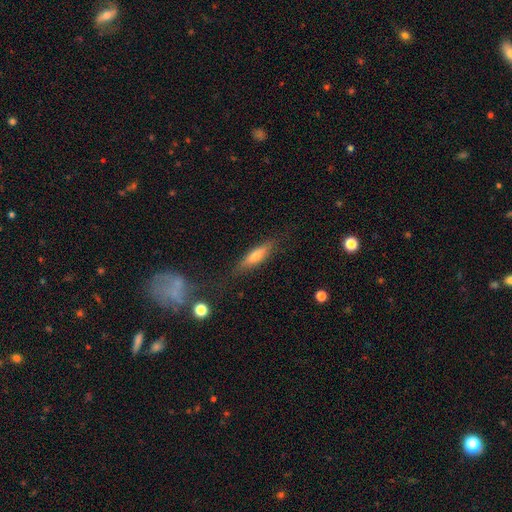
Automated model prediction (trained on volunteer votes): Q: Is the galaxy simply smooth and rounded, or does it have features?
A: smooth — 52%.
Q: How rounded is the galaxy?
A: cigar-shaped — 72%.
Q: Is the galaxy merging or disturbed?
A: none — 76%.